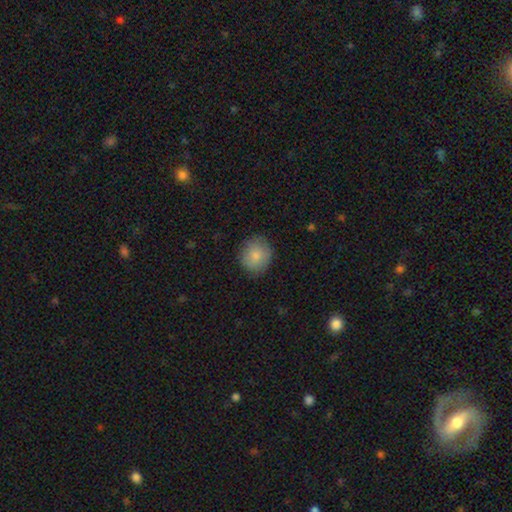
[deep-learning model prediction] This appears to be a smooth galaxy with no disk features (83%) that is round (83%). Merging: none (84%).